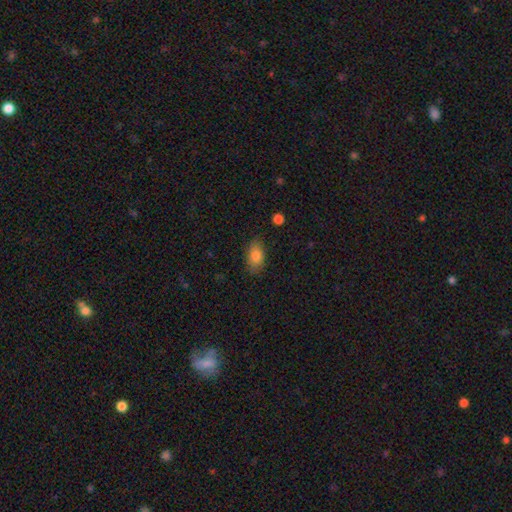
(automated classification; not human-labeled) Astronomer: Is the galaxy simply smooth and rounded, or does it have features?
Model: smooth — 85%.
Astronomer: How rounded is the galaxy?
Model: in between — 90%.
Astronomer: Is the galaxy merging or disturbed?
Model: none — 82%.